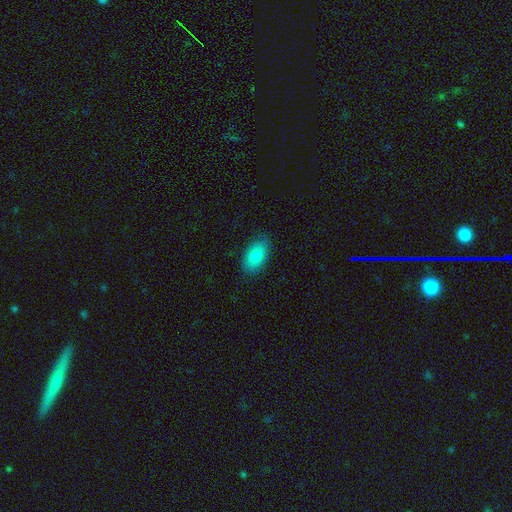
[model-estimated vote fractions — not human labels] Morphology: type=smooth (81%); roundness=in between (93%); merging=none (86%).